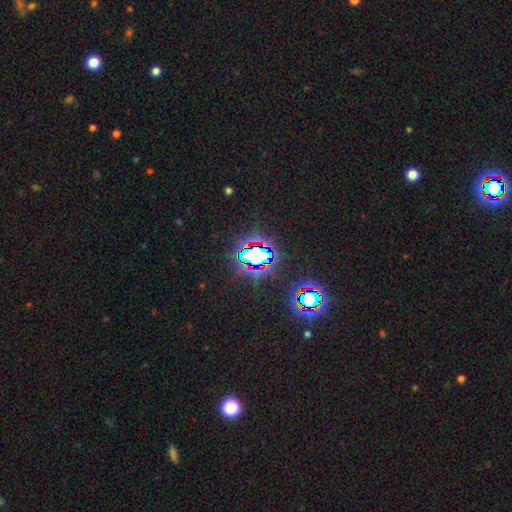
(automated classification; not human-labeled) This is likely a star or artifact rather than a galaxy (71%).